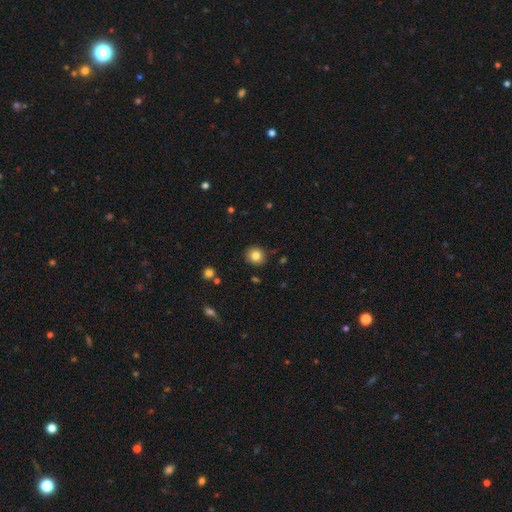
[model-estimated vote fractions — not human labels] This is clearly a smooth galaxy (82%). How rounded: clearly round (86%). Merging: clearly none (89%).